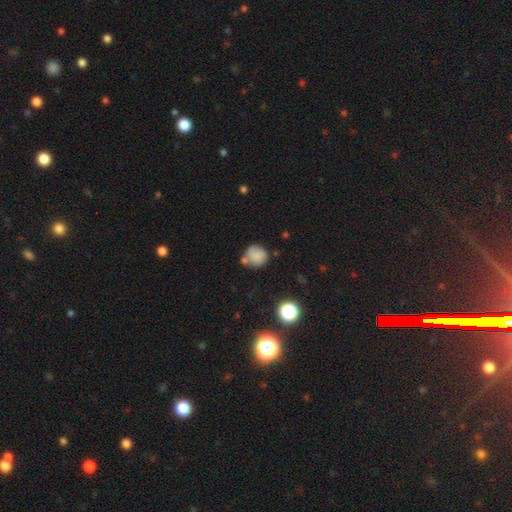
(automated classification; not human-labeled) smooth 80%, star or artifact 11%, featured or disk 8%. Down the decision tree: how rounded — round (87%); merging — none (59%).